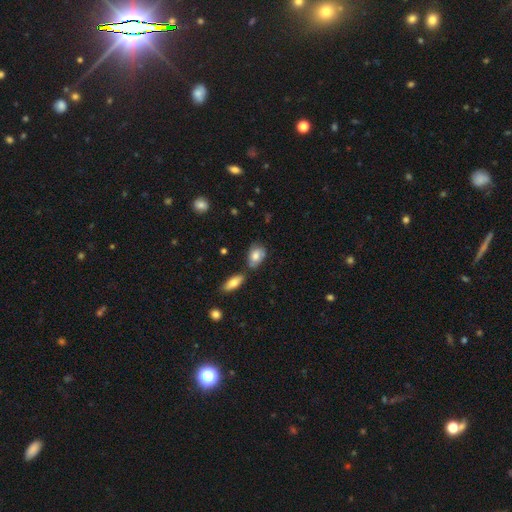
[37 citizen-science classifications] smooth-or-featured: smooth: 70% | featured or disk: 30% | star or artifact: 0%
  how-rounded: in between: 88% | cigar-shaped: 8% | round: 4%
  merging: none: 46% | minor disturbance: 32% | merger: 16% | major disturbance: 5%